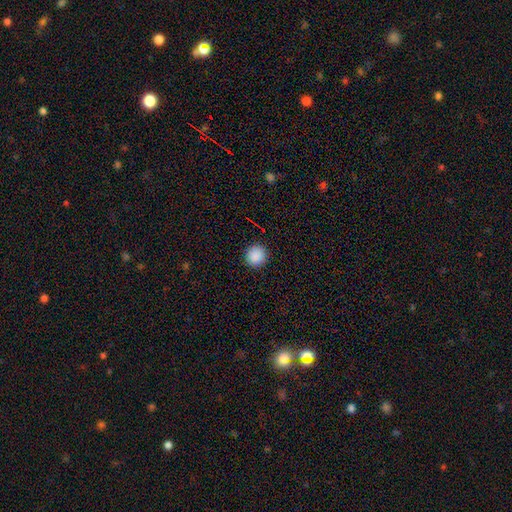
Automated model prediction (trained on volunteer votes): Smooth or featured? smooth (89%)
How rounded? round (94%)
Merging? none (92%)